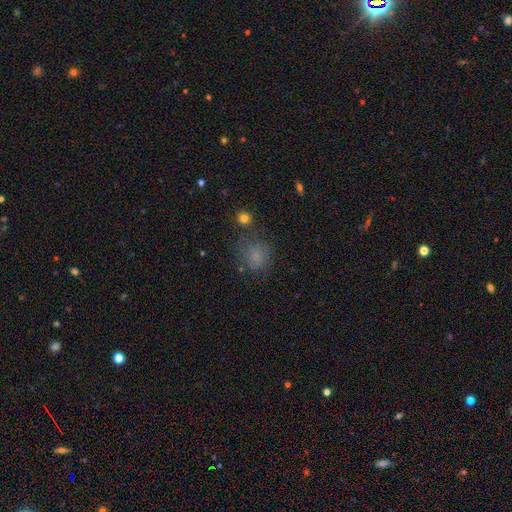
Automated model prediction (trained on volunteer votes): A smooth galaxy with no disk features (66%) that is round (71%).

Vote fractions:
- Smooth or featured? smooth: 66% / star or artifact: 17% / featured or disk: 16%
- How rounded? round: 71% / in between: 27% / cigar-shaped: 1%
- Merging? none: 63% / minor disturbance: 20% / major disturbance: 12% / merger: 4%